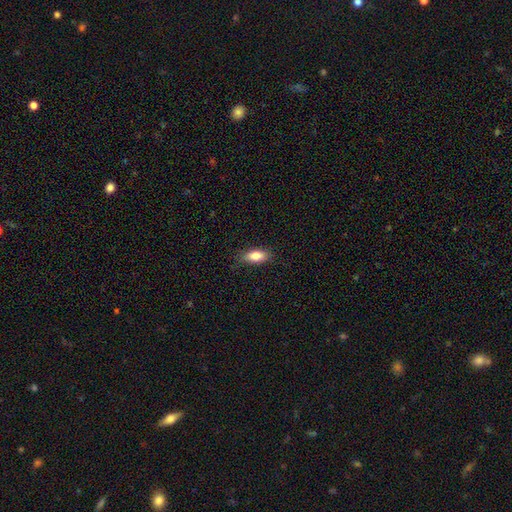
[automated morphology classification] This appears to be a smooth galaxy with no disk features (82%) that is in between round and cigar-shaped (80%). Merging: none (82%).